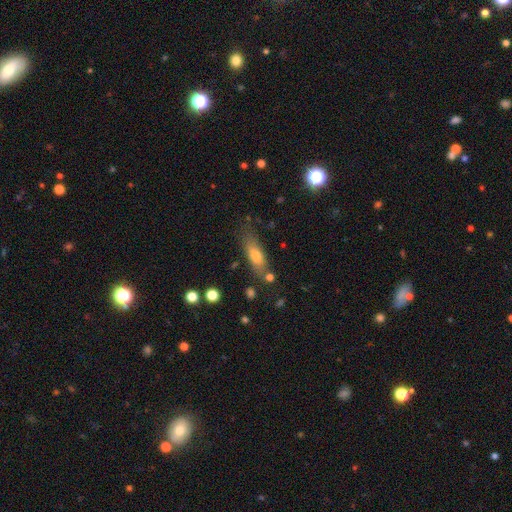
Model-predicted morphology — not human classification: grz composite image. It shows a smooth galaxy with no disk features (69%) that is in between round and cigar-shaped (57%). Merging: none (70%).